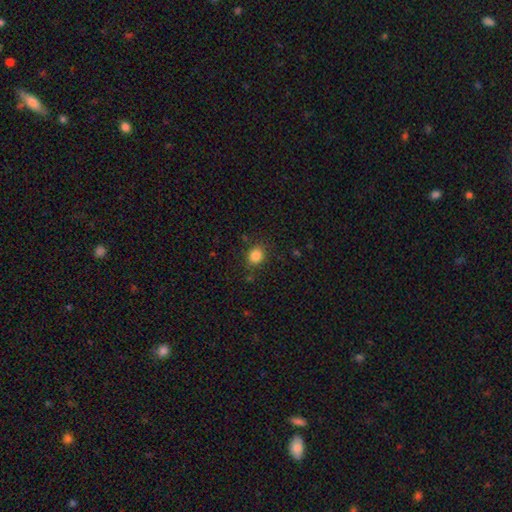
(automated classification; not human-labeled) smooth_or_featured: smooth (p=0.84) [alt: star or artifact p=0.11]
how_rounded: round (p=0.67) [alt: in between p=0.32]
merging: none (p=0.84) [alt: minor disturbance p=0.10]